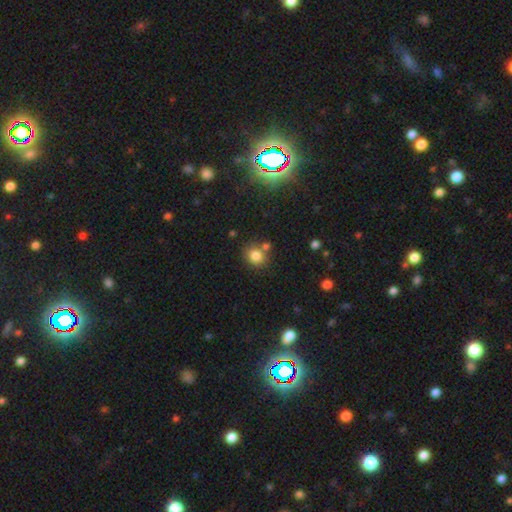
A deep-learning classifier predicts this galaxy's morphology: Smooth or featured: smooth — 82% (star or artifact — 12%)
How rounded: round — 74% (in between — 25%)
Merging: none — 69% (merger — 16%)